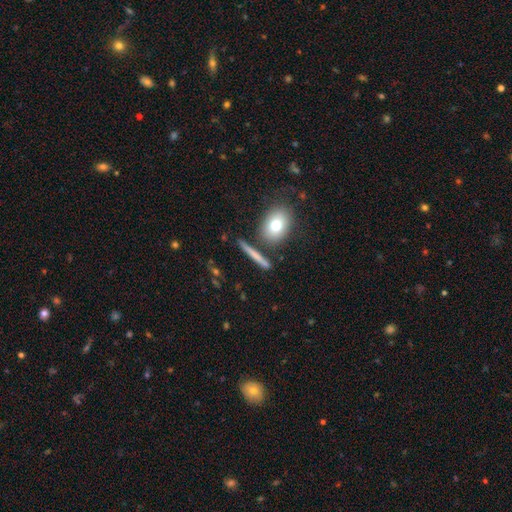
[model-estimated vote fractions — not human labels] Smooth or featured? smooth (59%)
How rounded? cigar-shaped (77%)
Merging? none (82%)